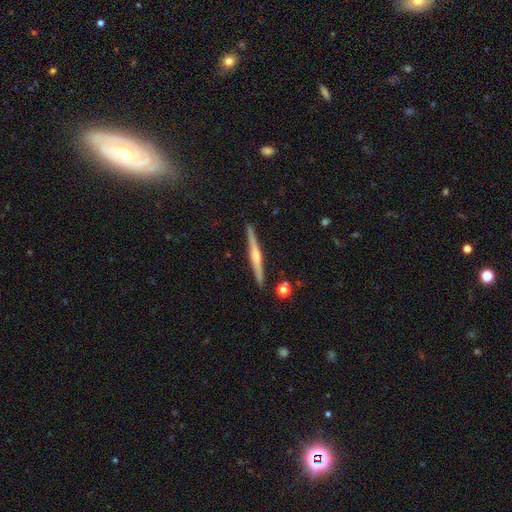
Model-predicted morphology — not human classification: A featured or disk galaxy (70%) viewed edge-on (98%) with a rounded central bulge (73%). Merging: none (91%).